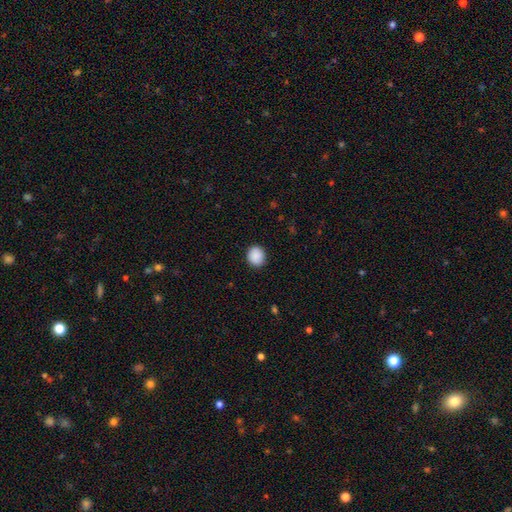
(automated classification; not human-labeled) This is clearly a smooth galaxy (90%). How rounded: likely round (79%). Merging: clearly none (89%).